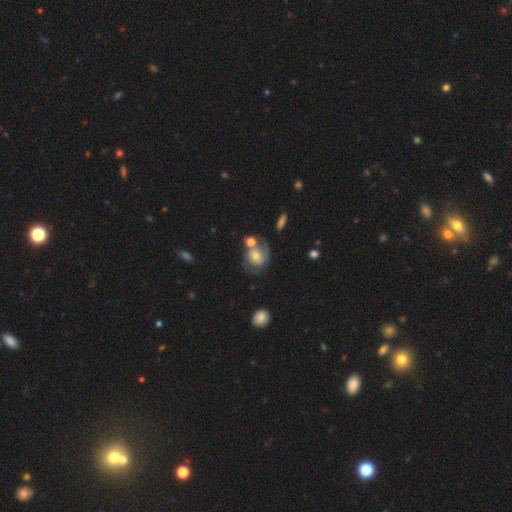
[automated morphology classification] smooth_or_featured: featured or disk (p=0.52) [alt: smooth p=0.39]
disk_edge_on: no (p=0.96) [alt: yes p=0.04]
bar: no (p=0.63) [alt: weak p=0.29]
has_spiral_arms: yes (p=0.78) [alt: no p=0.22]
bulge_size: moderate (p=0.49) [alt: small p=0.39]
merging: none (p=0.43) [alt: merger p=0.25]